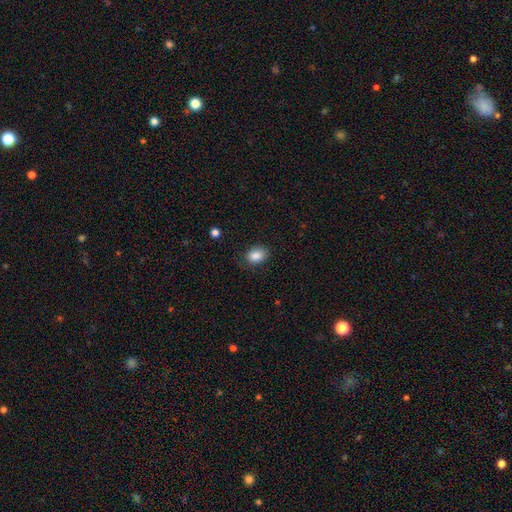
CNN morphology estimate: A smooth galaxy with no disk features (86%) that is in between round and cigar-shaped (72%).

Vote fractions:
- Smooth or featured? smooth: 86% / star or artifact: 9% / featured or disk: 5%
- How rounded? in between: 72% / round: 27% / cigar-shaped: 1%
- Merging? none: 77% / minor disturbance: 17% / major disturbance: 4% / merger: 1%